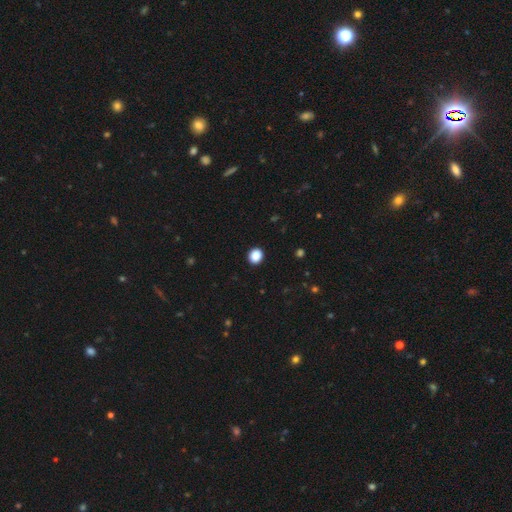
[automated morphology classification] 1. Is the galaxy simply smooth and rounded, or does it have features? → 89% smooth, 9% star or artifact, 2% featured or disk.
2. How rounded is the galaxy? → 74% round, 25% in between, 1% cigar-shaped.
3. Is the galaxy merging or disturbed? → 92% none, 5% minor disturbance, 2% major disturbance, 1% merger.